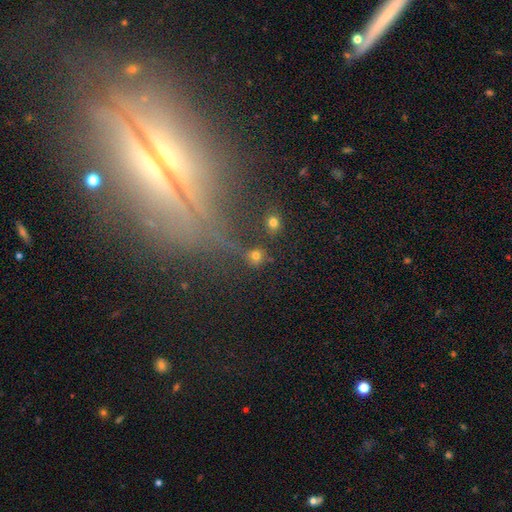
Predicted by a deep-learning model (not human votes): smooth 74%, star or artifact 18%, featured or disk 8%. Down the decision tree: how rounded — round (88%); merging — none (76%).